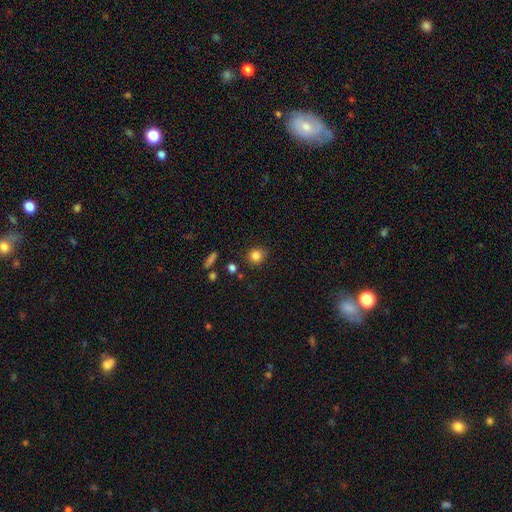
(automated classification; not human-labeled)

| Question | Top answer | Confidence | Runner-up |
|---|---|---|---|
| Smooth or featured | smooth | 83% | star or artifact (11%) |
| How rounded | round | 88% | in between (10%) |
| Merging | none | 82% | minor disturbance (12%) |